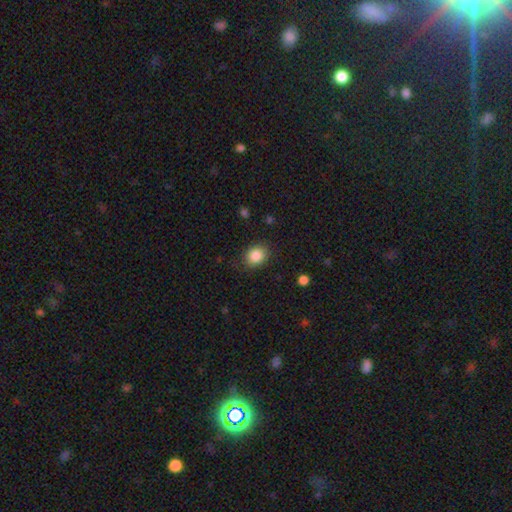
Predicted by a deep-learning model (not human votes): This is clearly a smooth galaxy (86%). How rounded: possibly in between (51%). Merging: clearly none (82%).